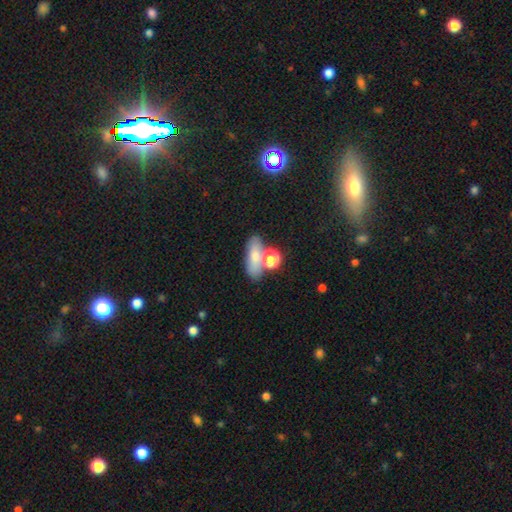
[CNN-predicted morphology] Smooth or featured?
  - smooth: 68% *
  - featured or disk: 18%
  - star or artifact: 14%
How rounded?
  - in between: 58% *
  - cigar-shaped: 26%
  - round: 16%
Merging?
  - none: 58% *
  - merger: 24%
  - minor disturbance: 12%
  - major disturbance: 6%